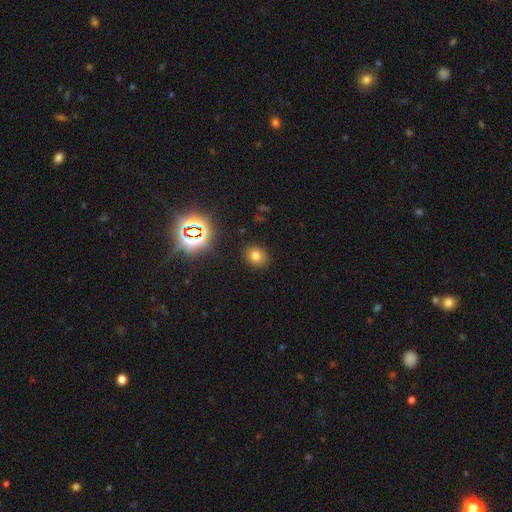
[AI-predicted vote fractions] smooth-or-featured: smooth: 71% | star or artifact: 21% | featured or disk: 8%
  how-rounded: round: 64% | in between: 36% | cigar-shaped: 1%
  merging: none: 87% | minor disturbance: 9% | major disturbance: 3% | merger: 2%